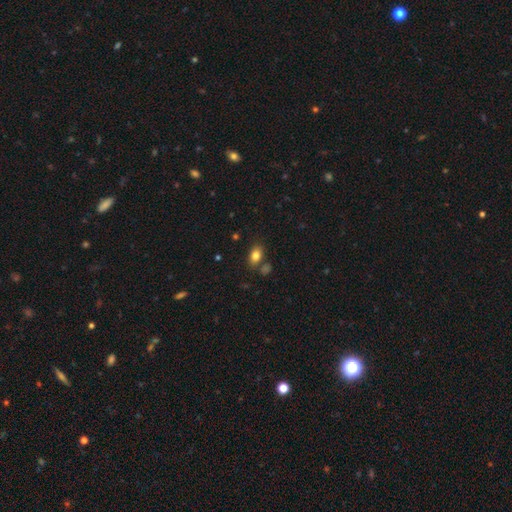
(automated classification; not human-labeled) This is clearly a smooth galaxy (81%). How rounded: clearly in between (84%). Merging: likely none (75%).